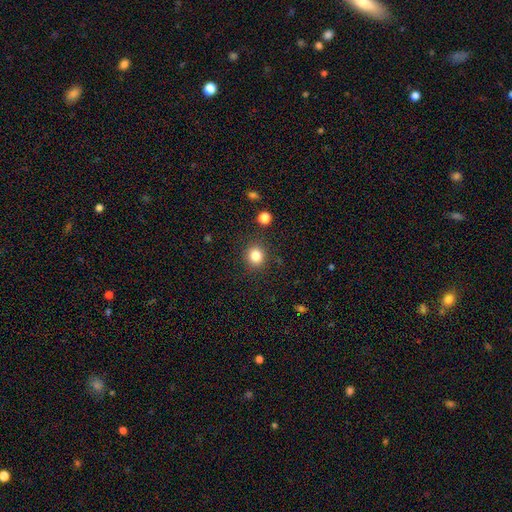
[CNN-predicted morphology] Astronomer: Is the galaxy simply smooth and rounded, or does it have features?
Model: smooth — 83%.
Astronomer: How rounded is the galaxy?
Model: round — 85%.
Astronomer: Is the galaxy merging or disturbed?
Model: none — 88%.